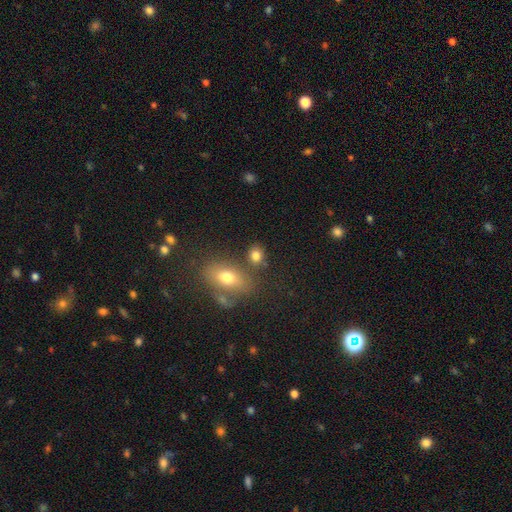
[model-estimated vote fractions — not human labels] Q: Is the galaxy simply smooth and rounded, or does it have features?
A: smooth — 79%.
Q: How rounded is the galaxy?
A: round — 51%.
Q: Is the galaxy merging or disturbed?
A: none — 70%.